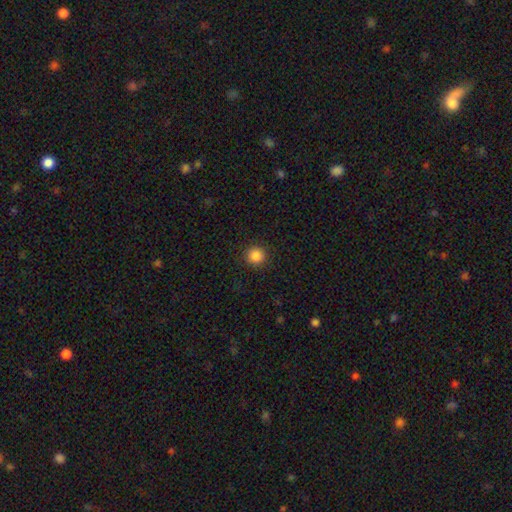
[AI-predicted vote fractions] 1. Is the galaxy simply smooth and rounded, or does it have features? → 86% smooth, 10% star or artifact, 3% featured or disk.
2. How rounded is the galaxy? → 95% round, 4% in between, 1% cigar-shaped.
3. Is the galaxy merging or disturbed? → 92% none, 5% minor disturbance, 2% major disturbance, 1% merger.